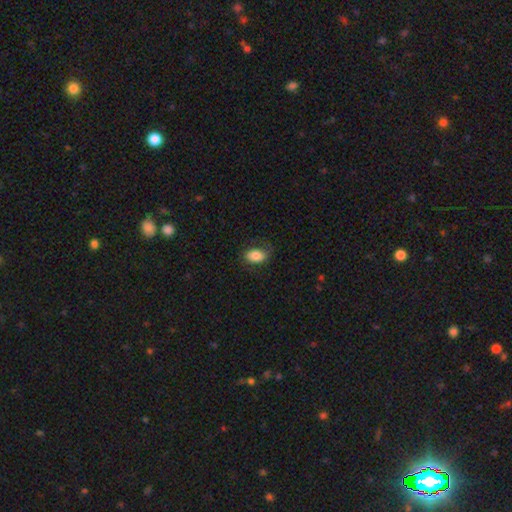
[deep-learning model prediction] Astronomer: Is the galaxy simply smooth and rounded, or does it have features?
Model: smooth — 79%.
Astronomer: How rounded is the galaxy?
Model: in between — 89%.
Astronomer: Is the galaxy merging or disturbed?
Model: none — 72%.